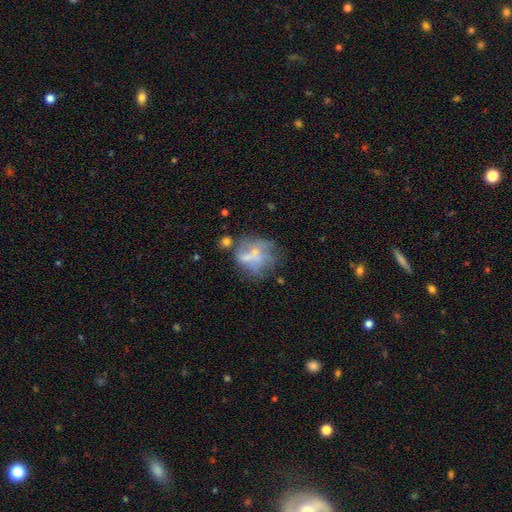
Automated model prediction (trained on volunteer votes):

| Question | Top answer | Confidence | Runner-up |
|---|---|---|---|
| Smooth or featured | featured or disk | 48% | smooth (39%) |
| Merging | none | 41% | major disturbance (25%) |